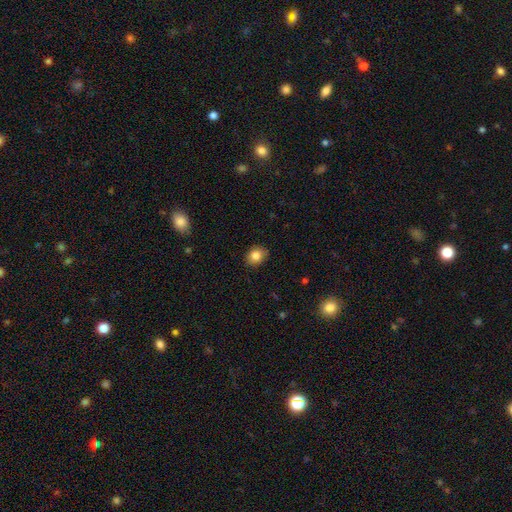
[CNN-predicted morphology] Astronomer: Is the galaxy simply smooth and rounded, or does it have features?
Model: smooth — 84%.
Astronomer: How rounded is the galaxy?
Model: round — 54% (runner-up: in between, 45%).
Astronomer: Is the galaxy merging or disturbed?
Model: none — 86%.